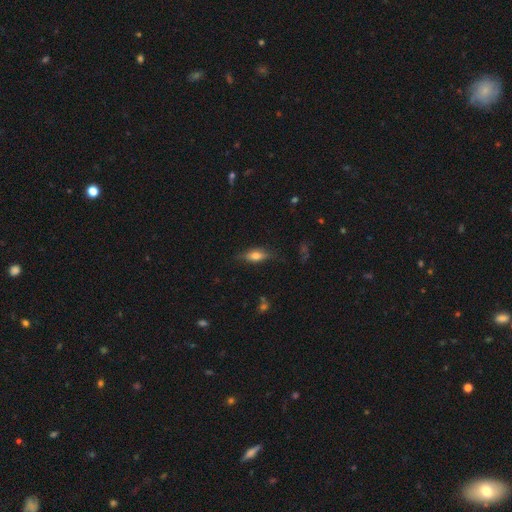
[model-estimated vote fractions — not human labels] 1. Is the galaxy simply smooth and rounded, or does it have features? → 64% smooth, 28% featured or disk, 8% star or artifact.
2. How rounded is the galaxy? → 72% in between, 24% cigar-shaped, 5% round.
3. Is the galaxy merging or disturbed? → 76% none, 18% minor disturbance, 5% major disturbance, 1% merger.